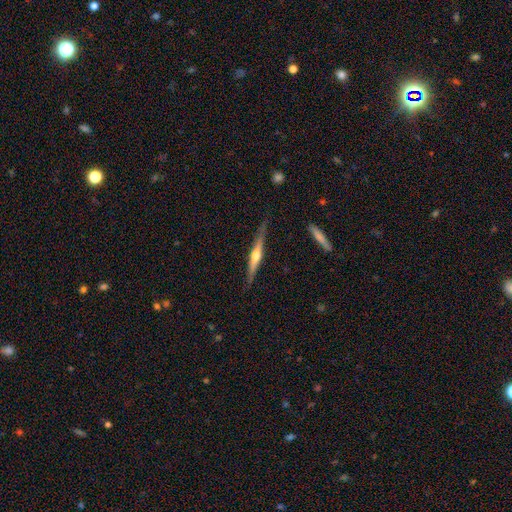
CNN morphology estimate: The model was most divided on "smooth or featured": featured or disk: 71%, smooth: 24%, star or artifact: 5%. More confident: edge-on disk — yes (97%); edge-on bulge — rounded (89%); merging — none (83%).